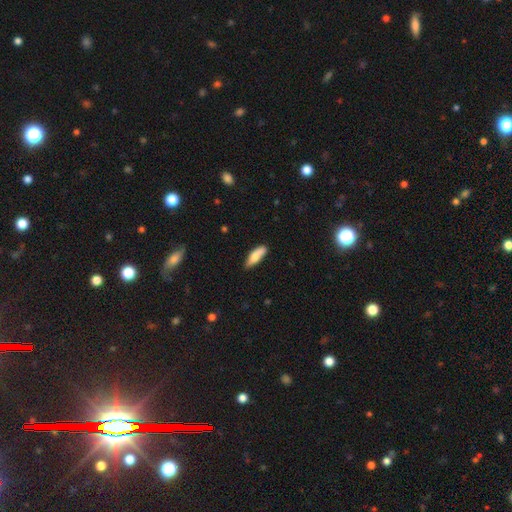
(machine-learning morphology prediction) This appears to be a smooth galaxy with no disk features (77%) that is cigar-shaped (51%). Merging: none (73%).